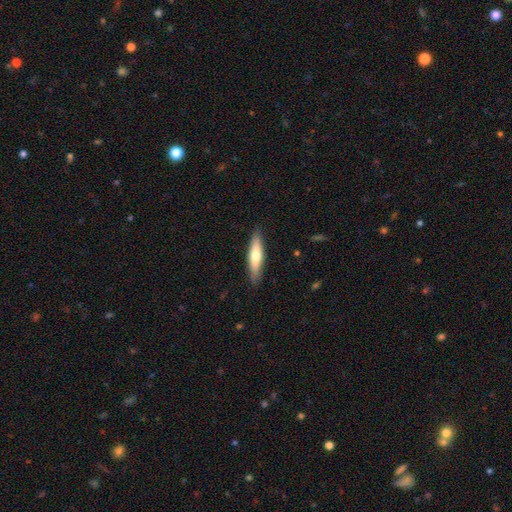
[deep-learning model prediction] Q: Smooth or featured?
A: smooth (59%); runner-up: featured or disk (36%)
Q: How rounded?
A: cigar-shaped (78%); runner-up: in between (20%)
Q: Merging?
A: none (88%); runner-up: minor disturbance (9%)